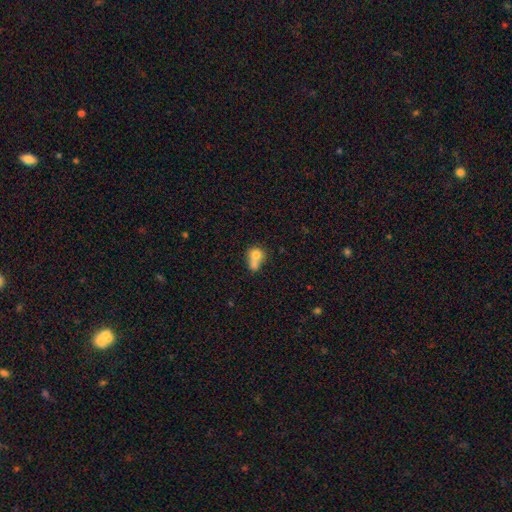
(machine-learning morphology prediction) Smooth or featured?
  - smooth: 72% *
  - featured or disk: 18%
  - star or artifact: 10%
How rounded?
  - round: 61% *
  - in between: 38%
  - cigar-shaped: 1%
Merging?
  - merger: 57% *
  - none: 24%
  - minor disturbance: 12%
  - major disturbance: 7%